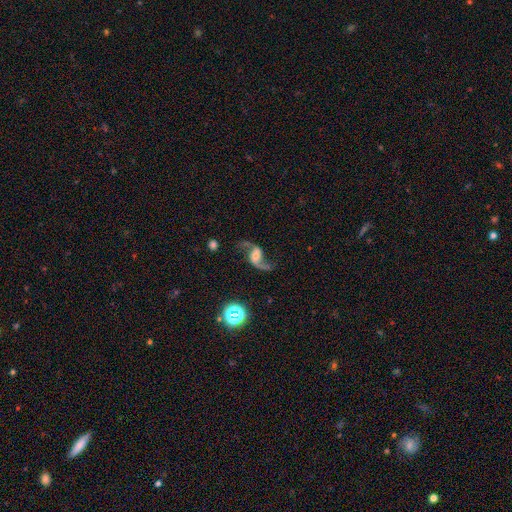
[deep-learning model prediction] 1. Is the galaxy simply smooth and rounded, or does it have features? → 85% featured or disk, 8% star or artifact, 7% smooth.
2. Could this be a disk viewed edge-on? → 97% no, 3% yes.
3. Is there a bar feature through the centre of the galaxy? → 43% no, 38% weak, 19% strong.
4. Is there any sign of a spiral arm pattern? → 96% yes, 4% no.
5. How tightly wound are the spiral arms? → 88% loose, 10% medium, 2% tight.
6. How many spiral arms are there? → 91% 2, 5% 1, 1% can't tell, 1% 3, 1% 4, 1% more than 4.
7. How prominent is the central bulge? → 38% small, 34% moderate, 14% none, 11% large, 3% dominant.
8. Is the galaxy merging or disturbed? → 68% none, 14% minor disturbance, 14% major disturbance, 4% merger.